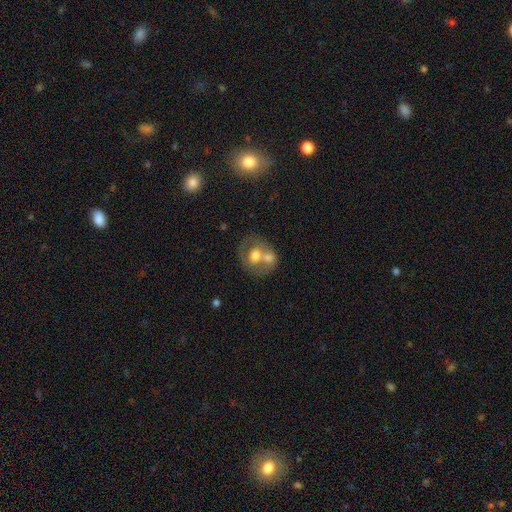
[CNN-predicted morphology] smooth_or_featured: smooth (p=0.51) [alt: featured or disk p=0.41]
how_rounded: round (p=0.58) [alt: in between p=0.41]
merging: merger (p=0.56) [alt: none p=0.28]